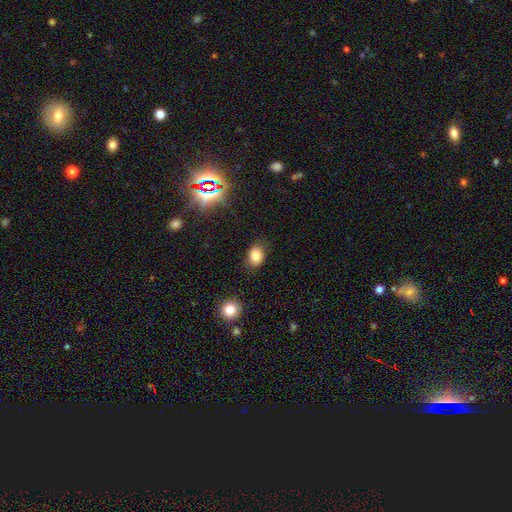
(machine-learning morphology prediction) A smooth galaxy with no disk features (81%) that is in between round and cigar-shaped (67%).

Vote fractions:
- Smooth or featured? smooth: 81% / star or artifact: 12% / featured or disk: 7%
- How rounded? in between: 67% / round: 31% / cigar-shaped: 1%
- Merging? none: 80% / minor disturbance: 15% / major disturbance: 4% / merger: 2%